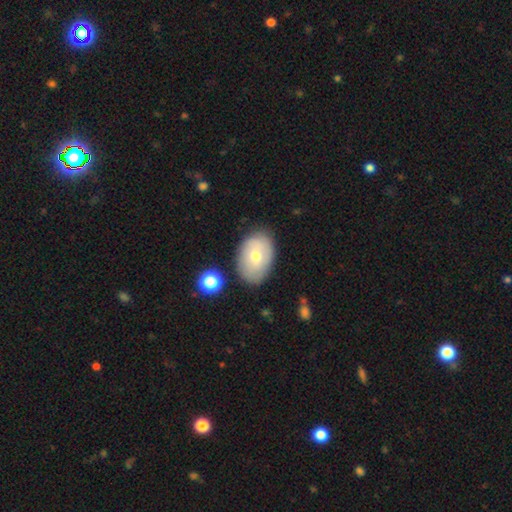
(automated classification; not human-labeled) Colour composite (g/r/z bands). It shows a smooth galaxy with no disk features (59%) that is in between round and cigar-shaped (83%). Merging: none (79%).